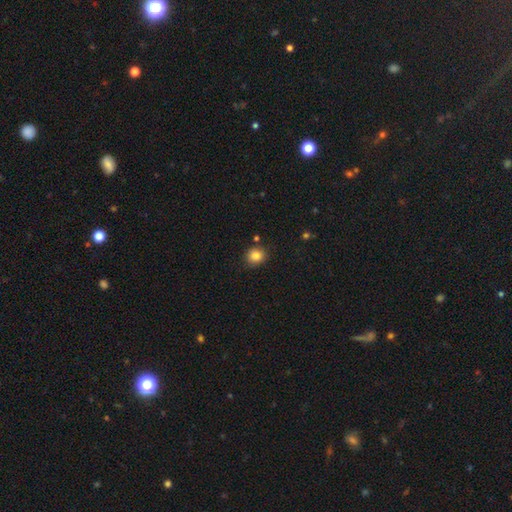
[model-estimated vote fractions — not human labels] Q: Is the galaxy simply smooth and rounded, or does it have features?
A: smooth — 85%.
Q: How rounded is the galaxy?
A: round — 78%.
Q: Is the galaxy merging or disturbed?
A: none — 83%.